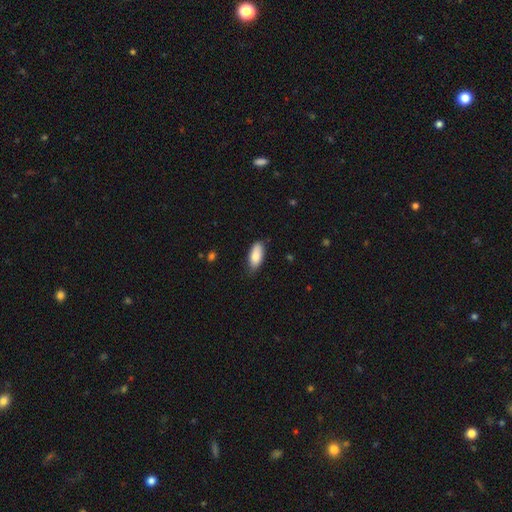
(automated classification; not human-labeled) Smooth or featured? smooth (84%)
How rounded? in between (85%)
Merging? none (73%)